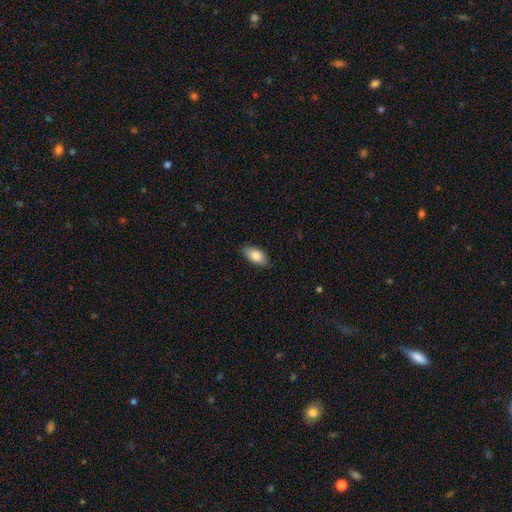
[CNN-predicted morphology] The model was most divided on "smooth or featured": smooth: 84%, featured or disk: 10%, star or artifact: 6%. More confident: how rounded — in between (93%); merging — none (87%).